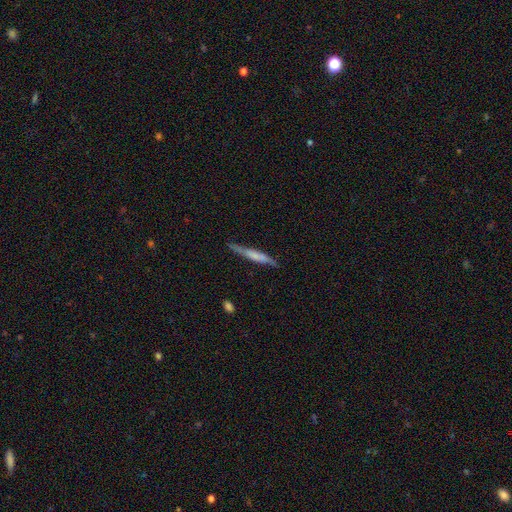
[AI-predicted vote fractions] Morphology: type=featured or disk (49%); merging=none (77%).